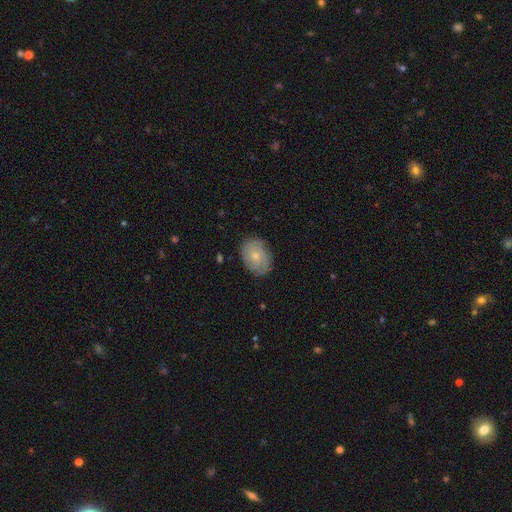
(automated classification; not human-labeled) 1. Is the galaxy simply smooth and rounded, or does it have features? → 61% smooth, 32% featured or disk, 7% star or artifact.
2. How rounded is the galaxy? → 70% in between, 29% round, 1% cigar-shaped.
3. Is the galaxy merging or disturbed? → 80% none, 15% minor disturbance, 4% major disturbance, 1% merger.